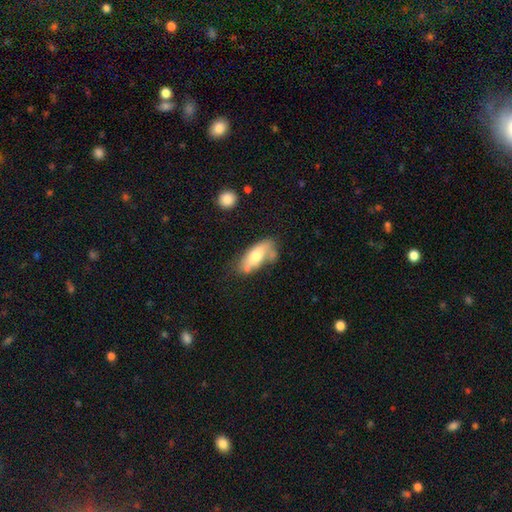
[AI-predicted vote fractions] Smooth or featured: smooth — 62% (featured or disk — 32%)
How rounded: in between — 82% (cigar-shaped — 15%)
Merging: none — 45% (minor disturbance — 27%)